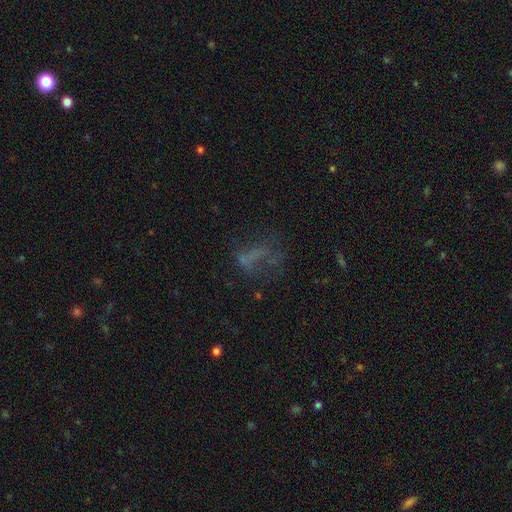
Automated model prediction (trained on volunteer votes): A featured or disk galaxy (34%, tied with smooth). Merging: none (44%).